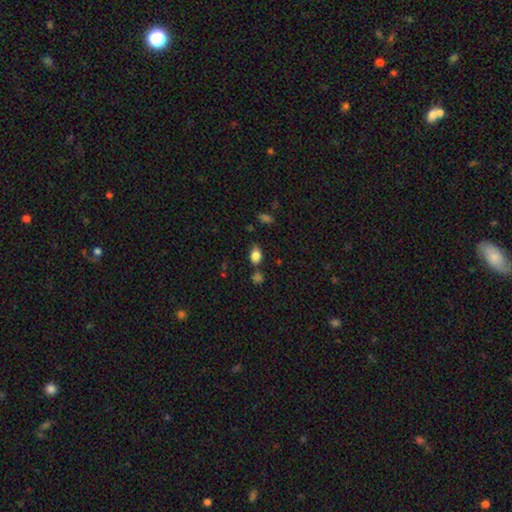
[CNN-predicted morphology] smooth-or-featured: smooth: 83% | star or artifact: 10% | featured or disk: 7%
  how-rounded: in between: 78% | round: 19% | cigar-shaped: 2%
  merging: none: 67% | minor disturbance: 21% | merger: 7% | major disturbance: 5%